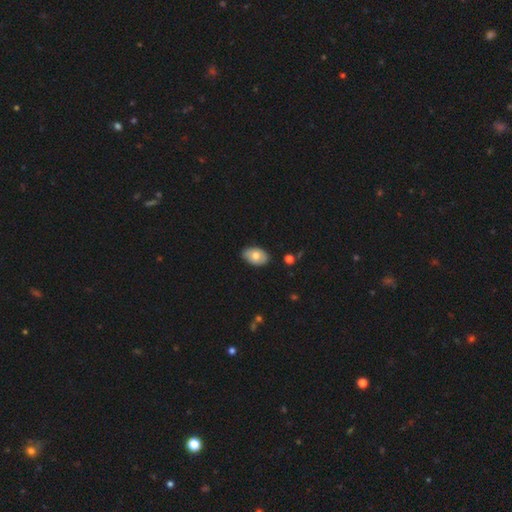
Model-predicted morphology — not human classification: A smooth galaxy with no disk features (74%) that is in between round and cigar-shaped (91%). Merging: none (85%).